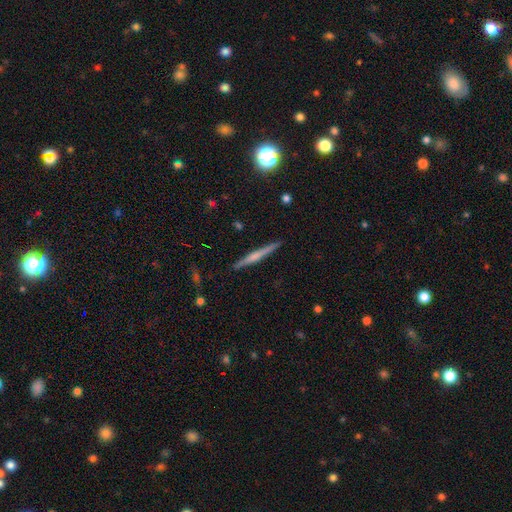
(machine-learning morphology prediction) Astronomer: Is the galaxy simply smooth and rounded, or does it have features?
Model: featured or disk — 63%.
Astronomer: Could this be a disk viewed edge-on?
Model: yes — 98%.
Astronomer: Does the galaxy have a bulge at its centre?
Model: rounded — 55% (runner-up: none, 30%).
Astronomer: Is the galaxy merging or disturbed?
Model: none — 91%.